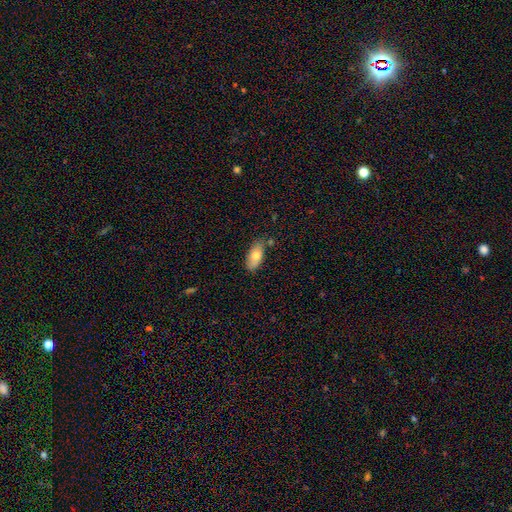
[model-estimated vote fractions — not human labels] Overall: smooth (75%). How rounded: in between (89%). Merging: none (76%).